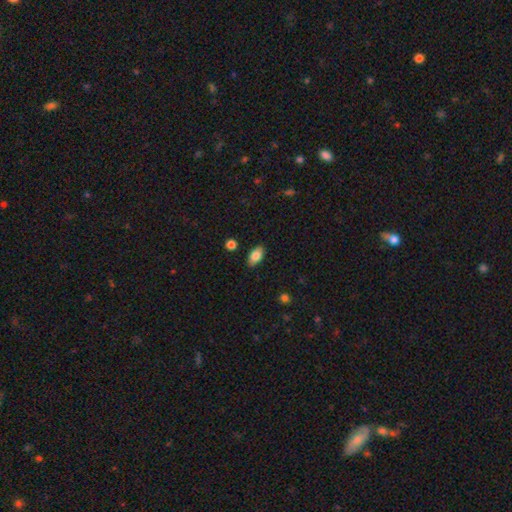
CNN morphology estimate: smooth 81%, featured or disk 12%, star or artifact 7%. Down the decision tree: how rounded — in between (91%); merging — none (87%).